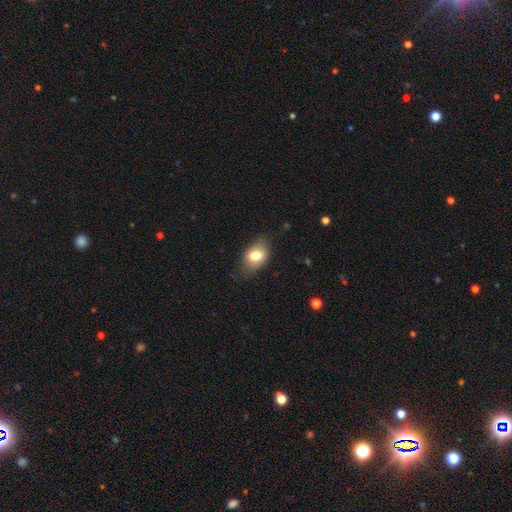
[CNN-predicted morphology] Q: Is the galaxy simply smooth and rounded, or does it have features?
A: smooth — 77%.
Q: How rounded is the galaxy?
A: in between — 77%.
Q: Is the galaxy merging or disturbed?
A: none — 72%.